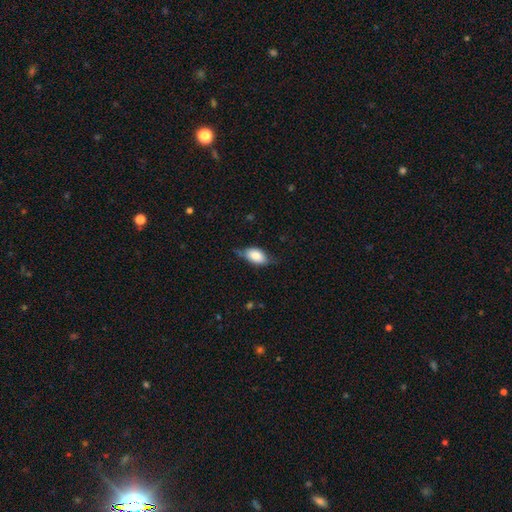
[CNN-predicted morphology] Overall: smooth (73%). How rounded: in between (89%). Merging: none (57%; minor disturbance 32%).